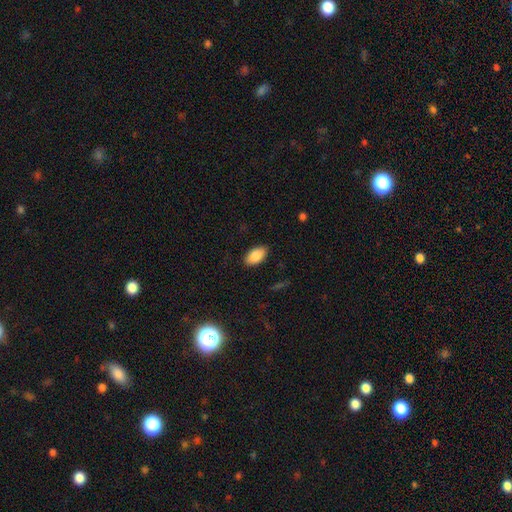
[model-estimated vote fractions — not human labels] A smooth galaxy with no disk features (86%) that is in between round and cigar-shaped (94%).

Vote fractions:
- Smooth or featured? smooth: 86% / star or artifact: 7% / featured or disk: 7%
- How rounded? in between: 94% / round: 4% / cigar-shaped: 3%
- Merging? none: 87% / minor disturbance: 10% / major disturbance: 2% / merger: 1%